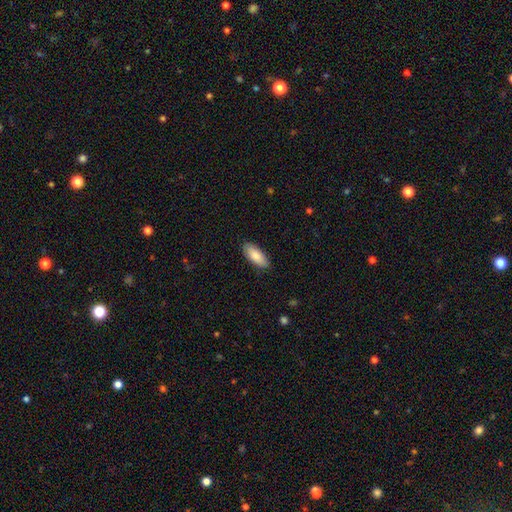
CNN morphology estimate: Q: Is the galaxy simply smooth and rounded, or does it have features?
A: smooth — 86%.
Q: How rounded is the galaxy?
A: in between — 83%.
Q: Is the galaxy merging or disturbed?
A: none — 87%.